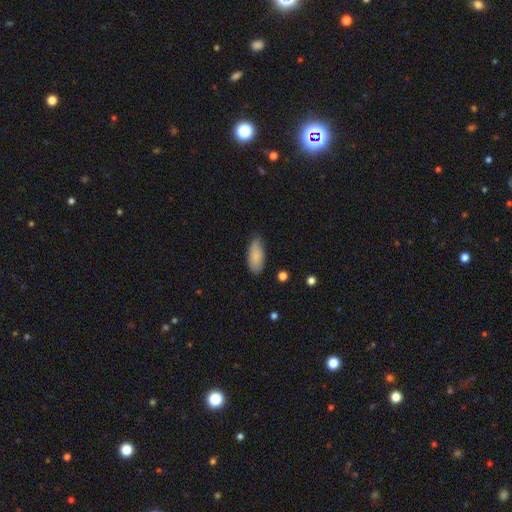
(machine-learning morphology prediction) smooth 87%, featured or disk 7%, star or artifact 6%. Down the decision tree: how rounded — in between (87%); merging — none (74%).